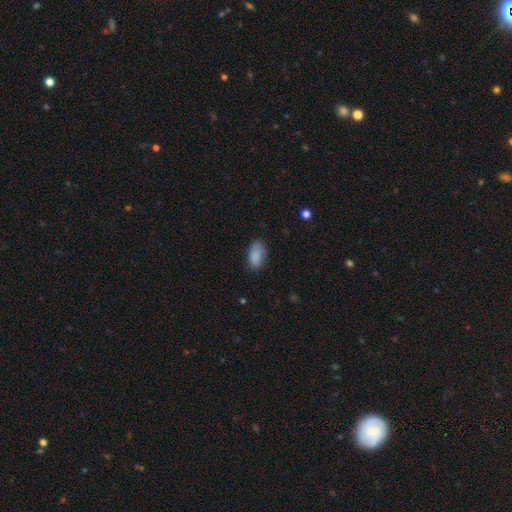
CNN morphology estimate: smooth-or-featured: smooth: 87% | star or artifact: 8% | featured or disk: 5%
  how-rounded: in between: 93% | round: 4% | cigar-shaped: 3%
  merging: none: 75% | minor disturbance: 19% | major disturbance: 4% | merger: 1%